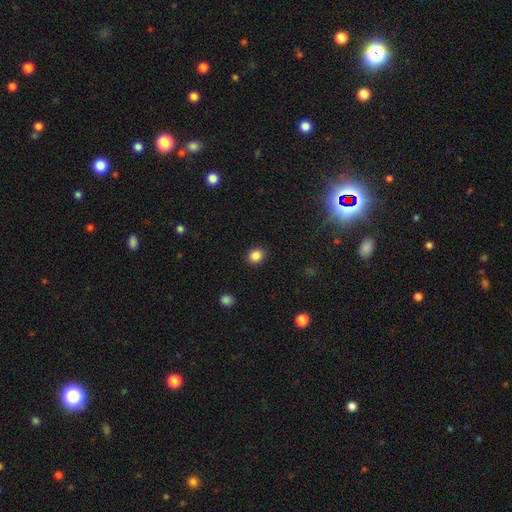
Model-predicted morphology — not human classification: smooth_or_featured: smooth (p=0.86) [alt: star or artifact p=0.11]
how_rounded: round (p=0.79) [alt: in between p=0.20]
merging: none (p=0.91) [alt: minor disturbance p=0.06]